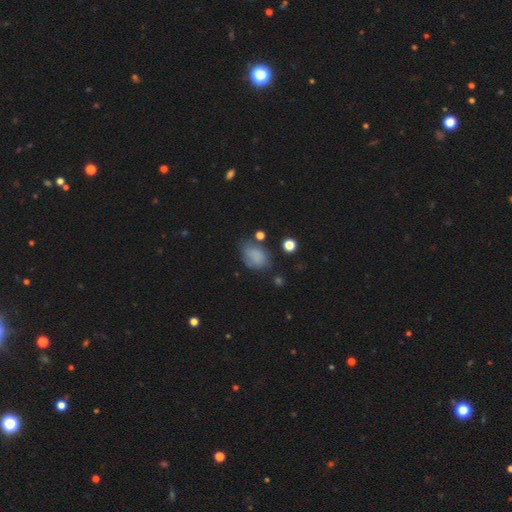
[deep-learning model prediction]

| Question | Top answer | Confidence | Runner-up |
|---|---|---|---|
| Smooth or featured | smooth | 76% | featured or disk (13%) |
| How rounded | in between | 70% | round (29%) |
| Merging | none | 56% | minor disturbance (28%) |